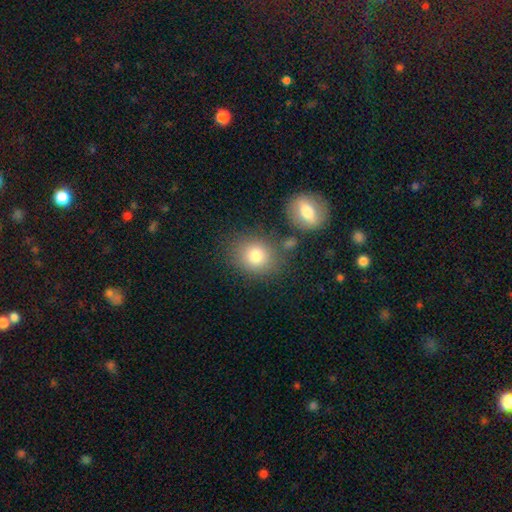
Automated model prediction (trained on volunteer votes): Overall: smooth (80%). How rounded: round (65%; in between 33%). Merging: none (72%).